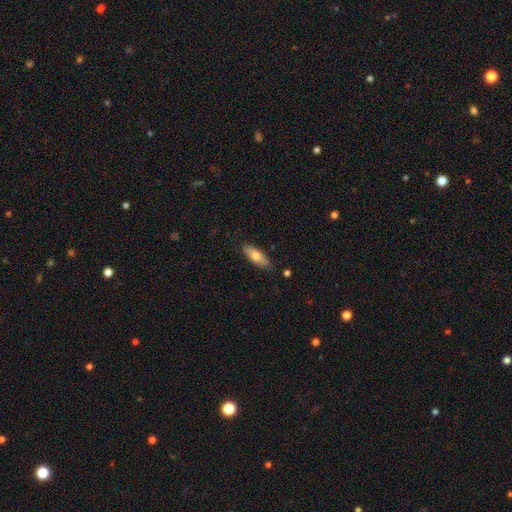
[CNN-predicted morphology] A smooth galaxy with no disk features (70%) that is in between round and cigar-shaped (63%).

Vote fractions:
- Smooth or featured? smooth: 70% / featured or disk: 24% / star or artifact: 6%
- How rounded? in between: 63% / cigar-shaped: 34% / round: 2%
- Merging? none: 82% / minor disturbance: 13% / major disturbance: 2% / merger: 2%